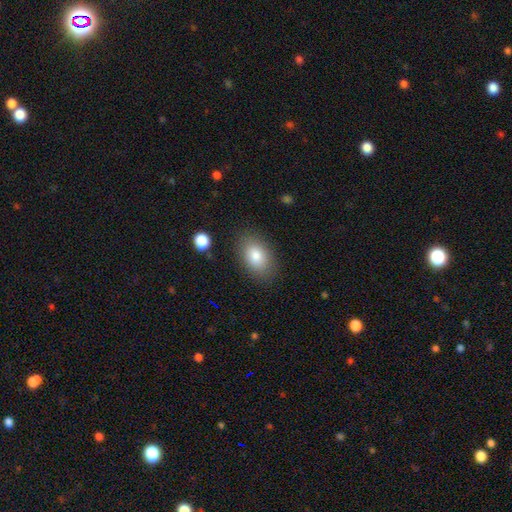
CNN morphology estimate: Smooth or featured: smooth — 83% (featured or disk — 10%)
How rounded: in between — 87% (round — 12%)
Merging: none — 83% (minor disturbance — 12%)